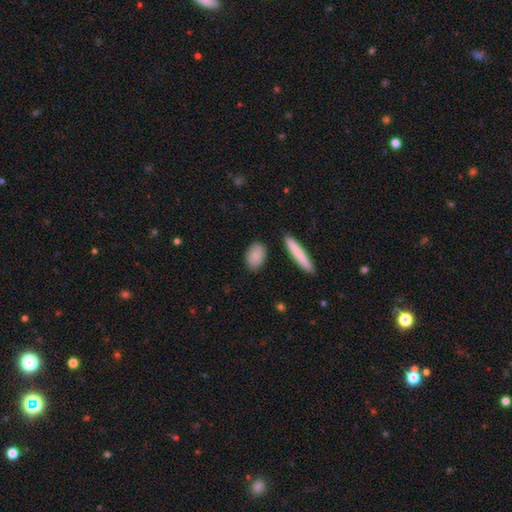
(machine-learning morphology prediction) type=smooth (86%); roundness=in between (86%); merging=none (85%).